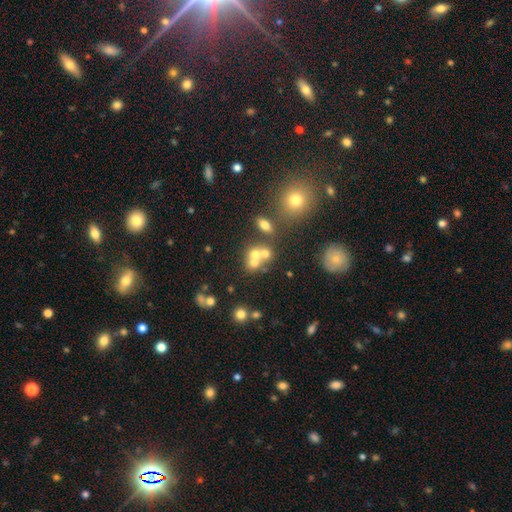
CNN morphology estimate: This appears to be a smooth galaxy with no disk features (56%) that is round (64%). Merging: merger (51%).